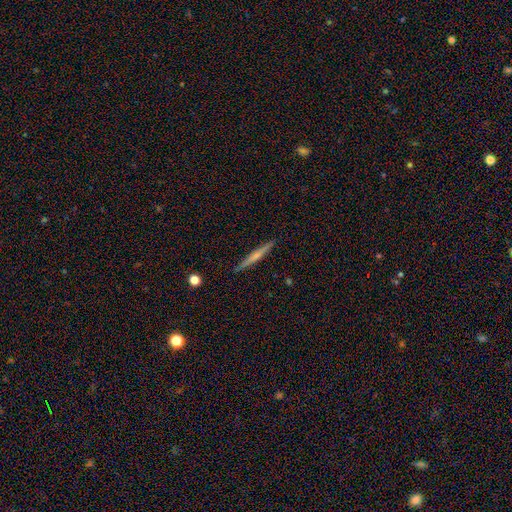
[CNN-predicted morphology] A featured or disk galaxy (54%) viewed edge-on (98%) with a rounded central bulge (51%).

Vote fractions:
- Smooth or featured? featured or disk: 54% / smooth: 40% / star or artifact: 6%
- Edge-on disk? yes: 98% / no: 2%
- Edge-on bulge? rounded: 51% / none: 42% / boxy: 7%
- Merging? none: 91% / minor disturbance: 6% / major disturbance: 1% / merger: 1%